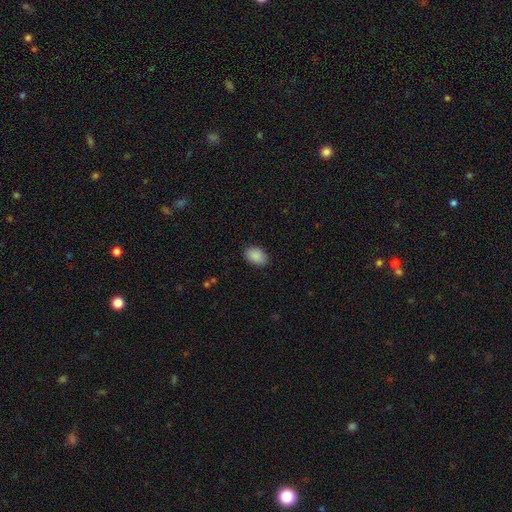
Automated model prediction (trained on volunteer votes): smooth-or-featured: smooth: 90% | star or artifact: 7% | featured or disk: 3%
  how-rounded: in between: 88% | round: 11% | cigar-shaped: 1%
  merging: none: 86% | minor disturbance: 11% | major disturbance: 3% | merger: 1%